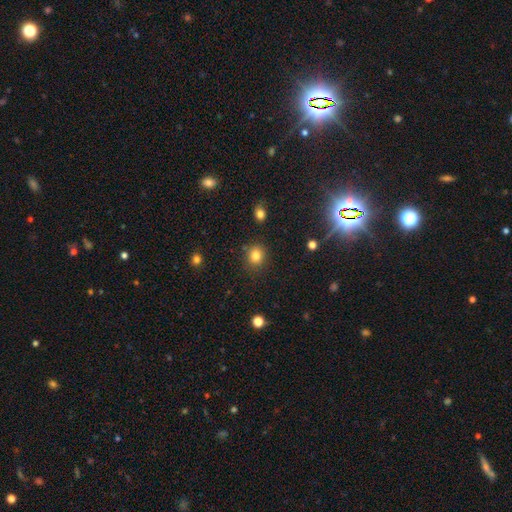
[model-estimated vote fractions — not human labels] Overall: smooth (82%). How rounded: round (79%). Merging: none (85%).